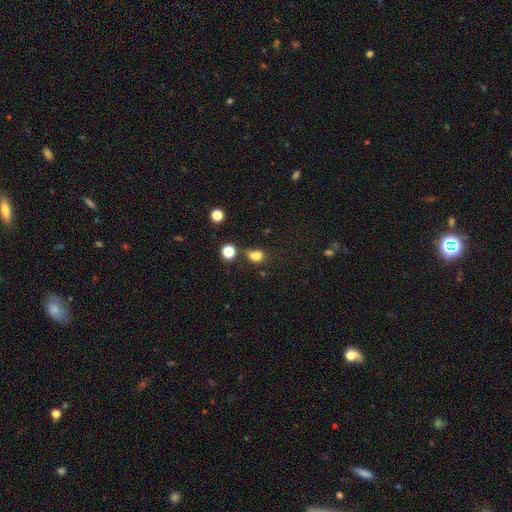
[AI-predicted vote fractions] A smooth galaxy with no disk features (78%) that is in between round and cigar-shaped (52%).

Vote fractions:
- Smooth or featured? smooth: 78% / star or artifact: 16% / featured or disk: 6%
- How rounded? in between: 52% / round: 46% / cigar-shaped: 2%
- Merging? none: 51% / merger: 21% / minor disturbance: 20% / major disturbance: 9%